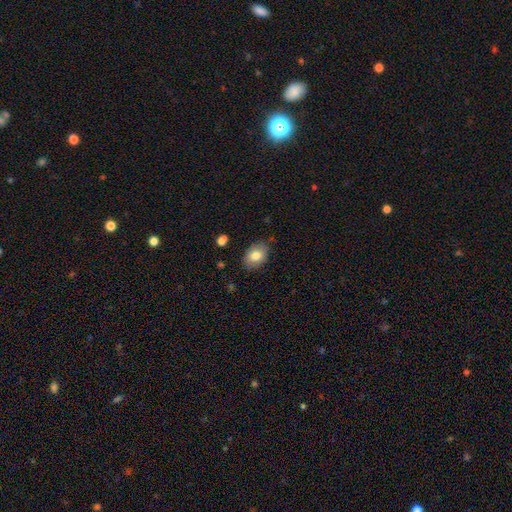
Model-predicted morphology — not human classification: type=smooth (80%); roundness=in between (74%); merging=none (81%).